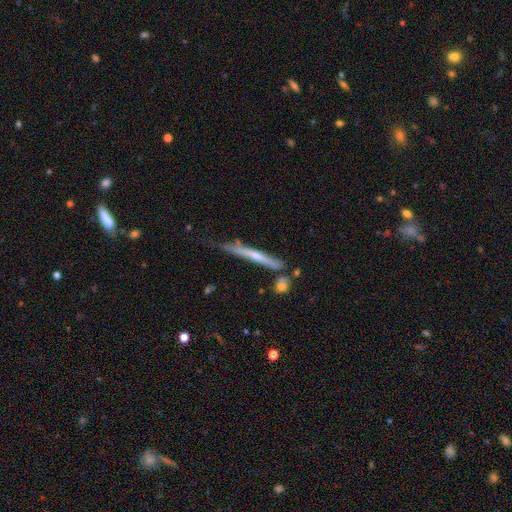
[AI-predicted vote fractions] featured or disk 63%, smooth 26%, star or artifact 11%. Down the decision tree: edge-on disk — yes (94%); edge-on bulge — rounded (57%); merging — none (71%).